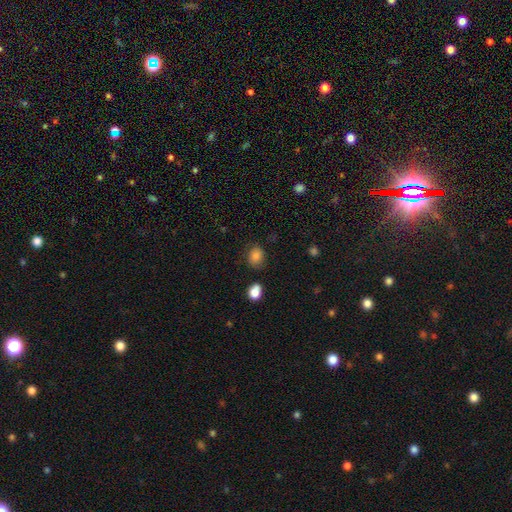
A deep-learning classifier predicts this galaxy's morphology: This is clearly a smooth galaxy (83%). How rounded: possibly round (57%). Merging: likely none (76%).